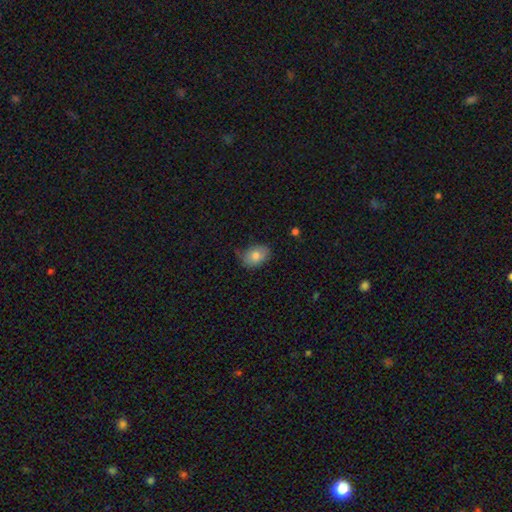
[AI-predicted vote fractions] smooth 80%, featured or disk 12%, star or artifact 8%. Down the decision tree: how rounded — in between (80%); merging — none (74%).